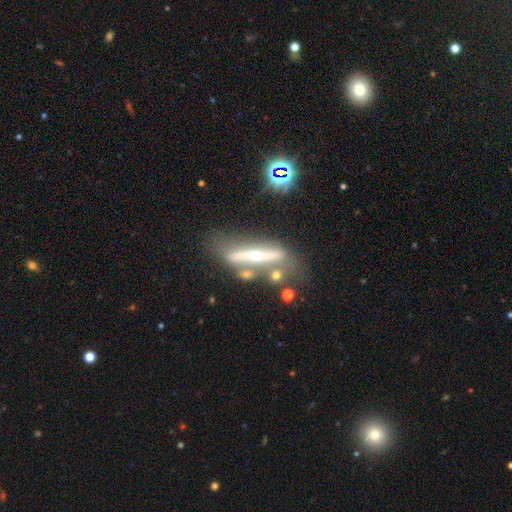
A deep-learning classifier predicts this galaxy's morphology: smooth-or-featured: featured or disk: 76% | smooth: 16% | star or artifact: 8%
  disk-edge-on: yes: 73% | no: 27%
    edge-on-bulge: rounded: 89% | none: 8% | boxy: 3%
  merging: none: 62% | minor disturbance: 18% | merger: 10% | major disturbance: 9%